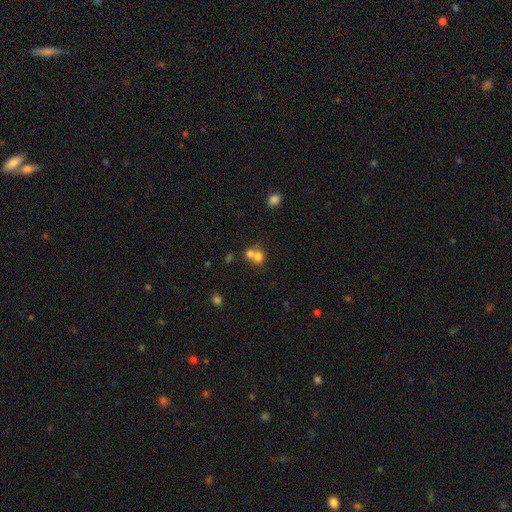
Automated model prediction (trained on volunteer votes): This is likely a smooth galaxy (71%). How rounded: likely round (75%). Merging: possibly merger (60%).